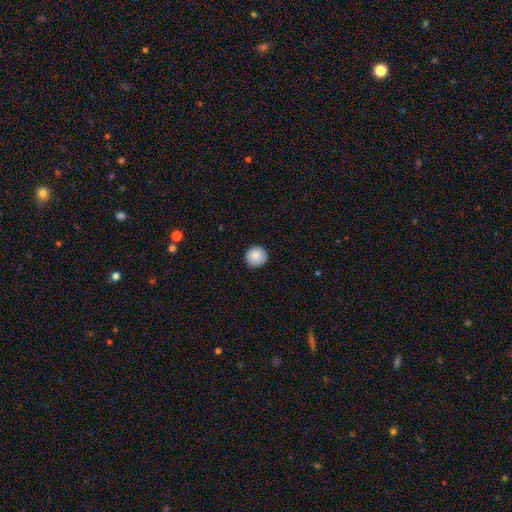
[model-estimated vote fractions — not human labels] Overall: smooth (87%). How rounded: round (94%). Merging: none (88%).